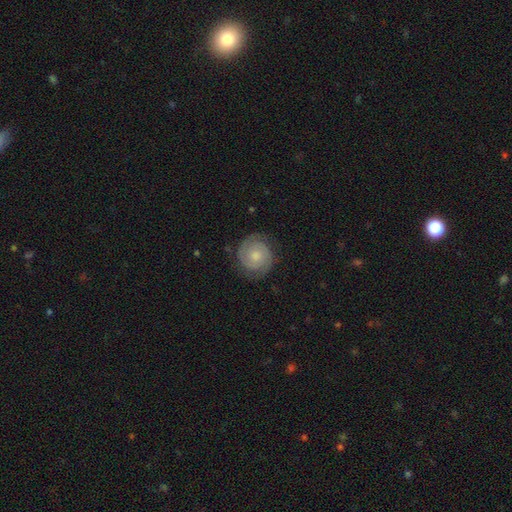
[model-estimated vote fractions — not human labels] Smooth or featured? featured or disk (76%)
Edge-on disk? no (98%)
Bar? no (70%)
Spiral arms? yes (96%)
Spiral winding? tight (68%)
Spiral arm count? 2 (87%)
Bulge size? moderate (45%)
Merging? none (82%)